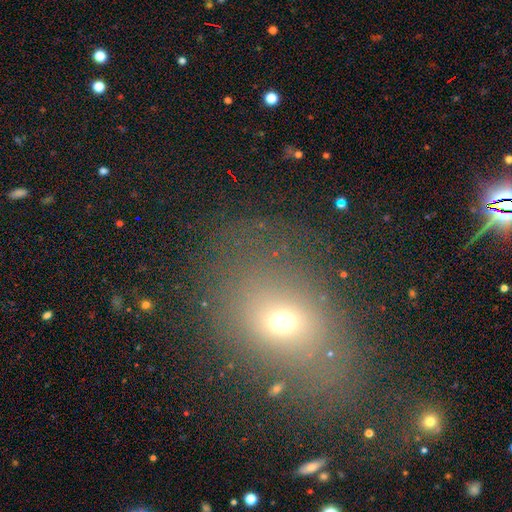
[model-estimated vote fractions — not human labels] smooth-or-featured: smooth: 56% | star or artifact: 29% | featured or disk: 15%
  how-rounded: in between: 59% | round: 39% | cigar-shaped: 2%
  merging: none: 73% | minor disturbance: 14% | major disturbance: 9% | merger: 4%